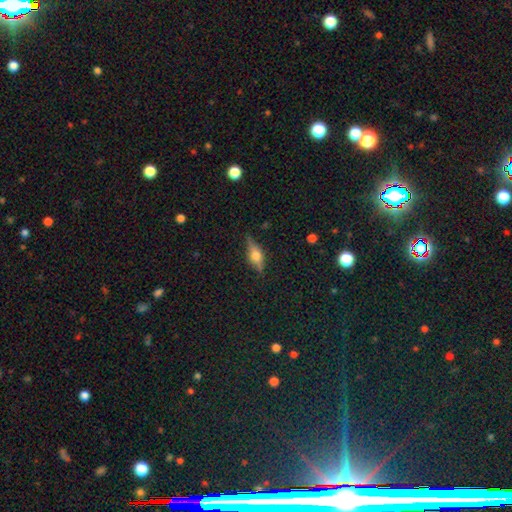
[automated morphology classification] Q: Smooth or featured?
A: featured or disk (51%); runner-up: smooth (40%)
Q: Edge-on disk?
A: yes (91%); runner-up: no (9%)
Q: Merging?
A: none (80%); runner-up: minor disturbance (15%)